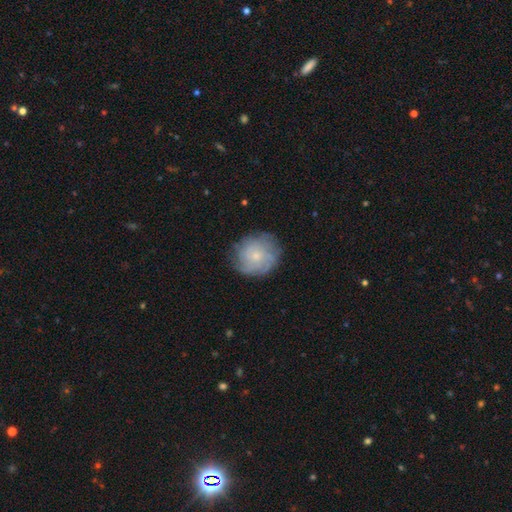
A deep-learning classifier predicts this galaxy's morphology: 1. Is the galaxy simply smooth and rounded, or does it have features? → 56% featured or disk, 36% smooth, 8% star or artifact.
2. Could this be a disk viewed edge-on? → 97% no, 3% yes.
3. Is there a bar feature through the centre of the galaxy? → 82% no, 16% weak, 2% strong.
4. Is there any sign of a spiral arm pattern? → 83% yes, 17% no.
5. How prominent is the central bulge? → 68% small, 26% moderate, 4% none, 2% large, 1% dominant.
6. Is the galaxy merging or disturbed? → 75% none, 18% minor disturbance, 6% major disturbance, 1% merger.